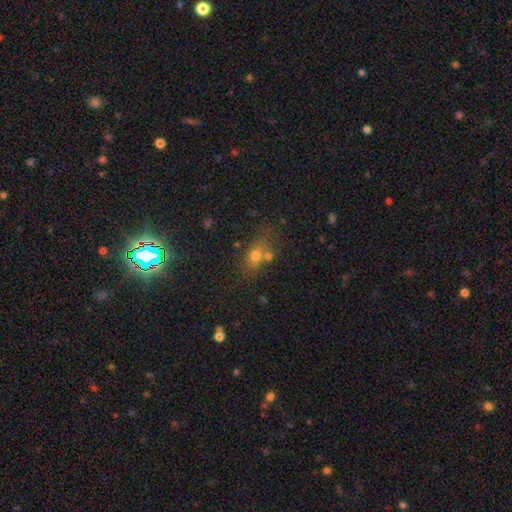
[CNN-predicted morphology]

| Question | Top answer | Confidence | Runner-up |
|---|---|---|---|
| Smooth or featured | smooth | 62% | star or artifact (22%) |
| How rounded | in between | 52% | round (44%) |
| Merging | none | 54% | merger (25%) |